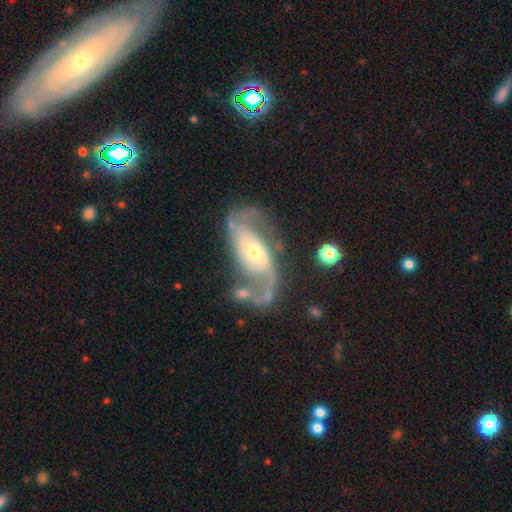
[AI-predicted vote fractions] Smooth or featured? featured or disk (89%)
Edge-on disk? no (96%)
Bar? no (54%)
Spiral arms? yes (96%)
Spiral winding? medium (48%)
Spiral arm count? 2 (90%)
Bulge size? moderate (48%)
Merging? none (62%)